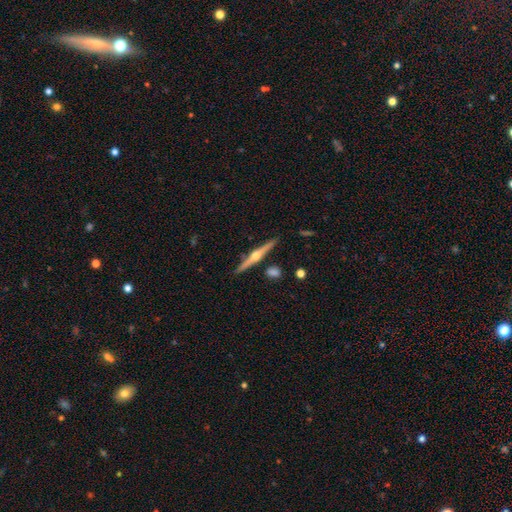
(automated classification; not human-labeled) Q: Smooth or featured?
A: featured or disk (82%); runner-up: smooth (13%)
Q: Edge-on disk?
A: yes (98%); runner-up: no (2%)
Q: Edge-on bulge?
A: rounded (95%); runner-up: boxy (3%)
Q: Merging?
A: none (89%); runner-up: minor disturbance (7%)